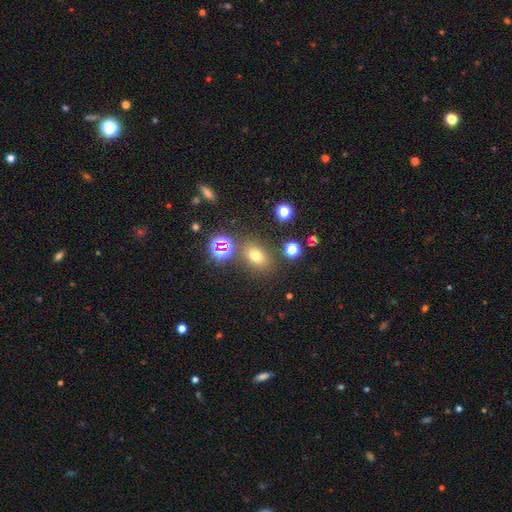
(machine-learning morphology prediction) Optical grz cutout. It shows a smooth galaxy with no disk features (66%) that is in between round and cigar-shaped (66%). Merging: none (78%).